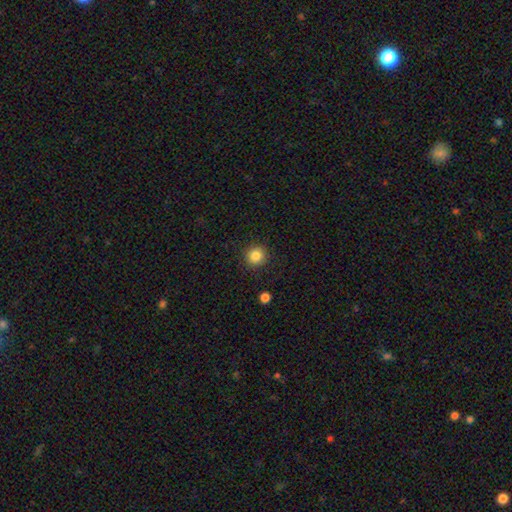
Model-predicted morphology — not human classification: Overall: smooth (84%). How rounded: round (93%). Merging: none (90%).